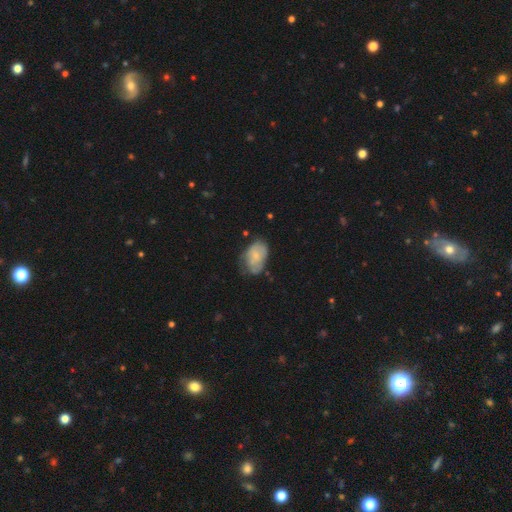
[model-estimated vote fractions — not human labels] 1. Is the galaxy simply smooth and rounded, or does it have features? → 55% smooth, 38% featured or disk, 7% star or artifact.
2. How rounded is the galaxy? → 87% in between, 12% round, 1% cigar-shaped.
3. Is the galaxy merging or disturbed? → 45% none, 36% minor disturbance, 16% major disturbance, 3% merger.